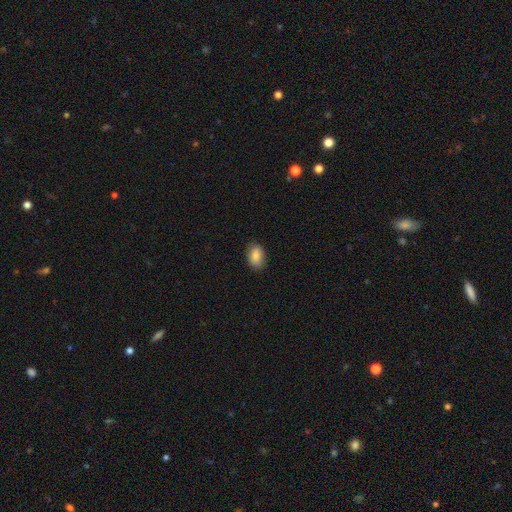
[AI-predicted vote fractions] The model was most divided on "how rounded": in between: 87%, round: 12%, cigar-shaped: 1%. More confident: smooth or featured — smooth (86%); merging — none (86%).